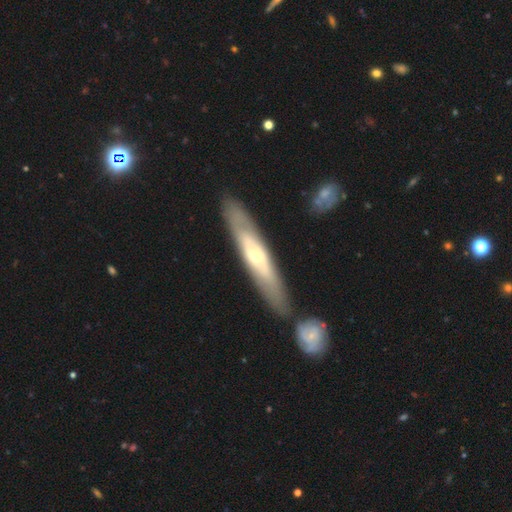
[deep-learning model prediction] This is likely a featured or disk galaxy (64%). It is possibly viewed edge-on (58%). Merging: clearly none (82%).